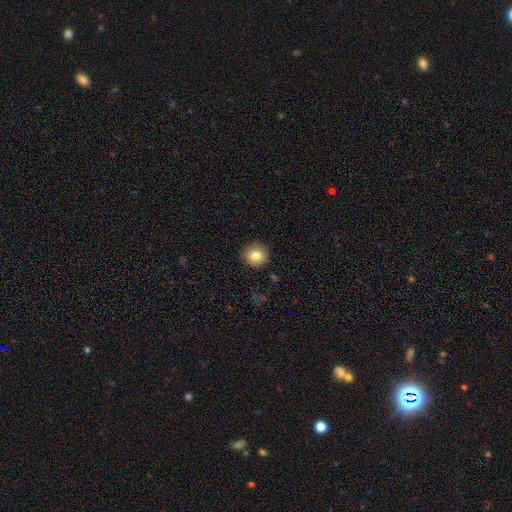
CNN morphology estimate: Smooth or featured: smooth — 83% (star or artifact — 9%)
How rounded: round — 89% (in between — 10%)
Merging: none — 89% (minor disturbance — 8%)